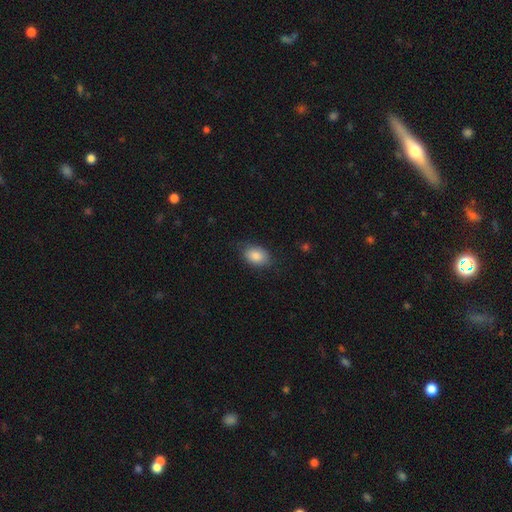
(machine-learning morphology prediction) A smooth galaxy with no disk features (85%) that is in between round and cigar-shaped (83%). Merging: none (76%).